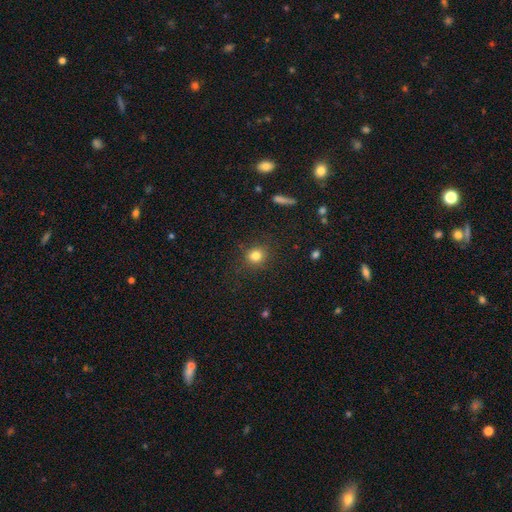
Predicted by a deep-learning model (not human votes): Q: Smooth or featured?
A: smooth (82%); runner-up: star or artifact (12%)
Q: How rounded?
A: round (81%); runner-up: in between (17%)
Q: Merging?
A: none (86%); runner-up: minor disturbance (9%)